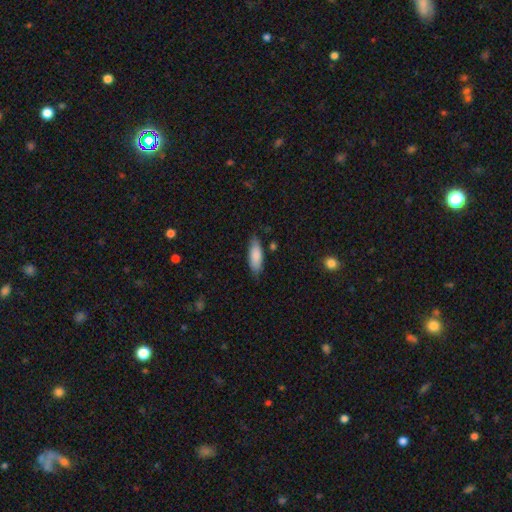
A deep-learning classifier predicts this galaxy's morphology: smooth-or-featured: smooth: 84% | featured or disk: 10% | star or artifact: 6%
  how-rounded: in between: 67% | cigar-shaped: 32% | round: 2%
  merging: none: 79% | minor disturbance: 16% | major disturbance: 3% | merger: 2%